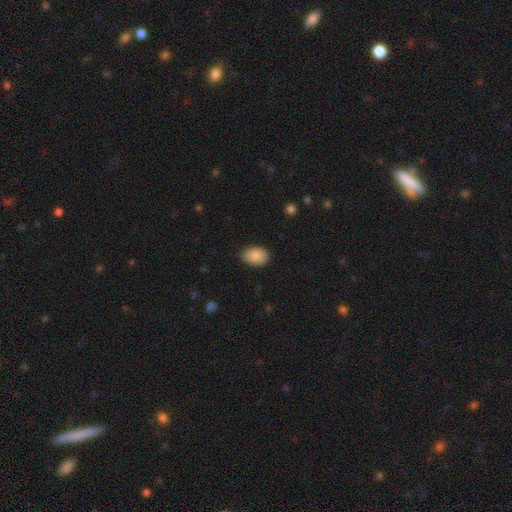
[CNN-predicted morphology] Overall: smooth (89%). How rounded: in between (86%). Merging: none (82%).